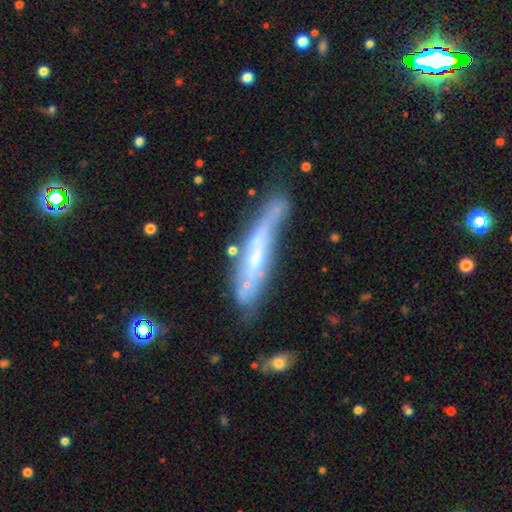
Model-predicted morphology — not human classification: Smooth or featured? Predicted: featured or disk (p=0.57). Edge-on disk? Predicted: yes (p=0.60). Merging? Predicted: none (p=0.43).